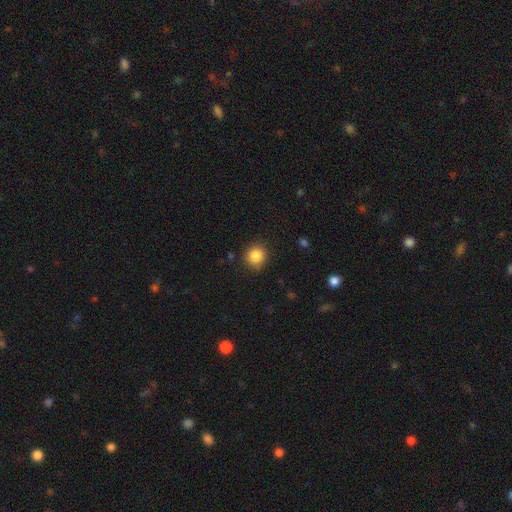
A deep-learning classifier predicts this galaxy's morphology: Smooth or featured? smooth (85%)
How rounded? round (90%)
Merging? none (88%)